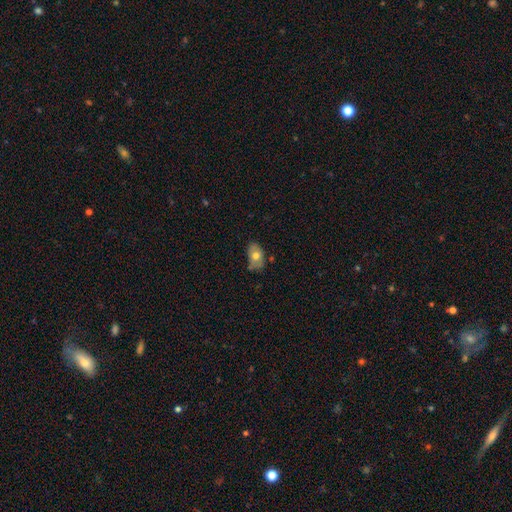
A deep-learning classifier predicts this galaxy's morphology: Smooth or featured? smooth (65%)
How rounded? in between (86%)
Merging? none (56%)